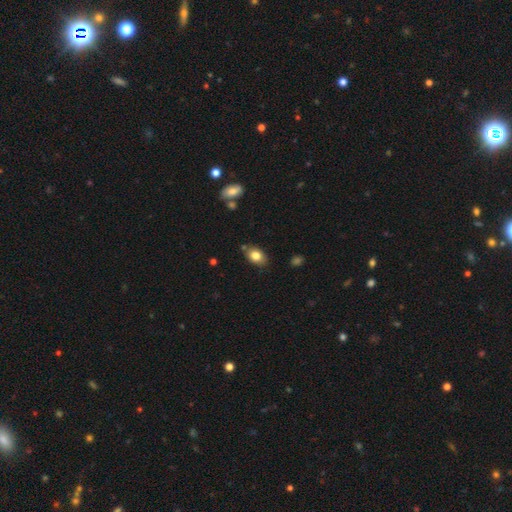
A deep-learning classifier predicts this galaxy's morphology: This is clearly a smooth galaxy (81%). How rounded: likely in between (80%). Merging: likely none (78%).